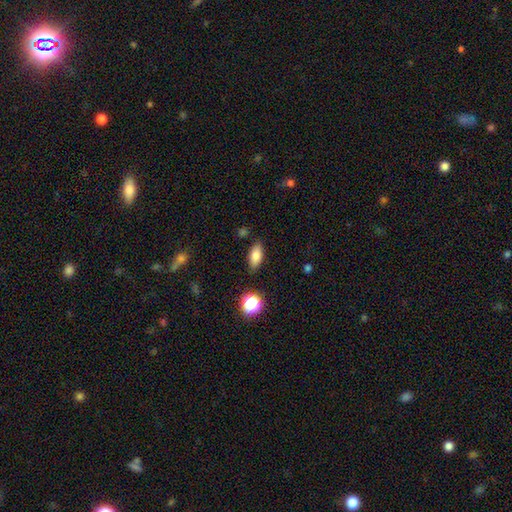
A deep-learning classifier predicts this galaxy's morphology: Q: Smooth or featured?
A: smooth (81%); runner-up: star or artifact (10%)
Q: How rounded?
A: in between (84%); runner-up: cigar-shaped (10%)
Q: Merging?
A: none (85%); runner-up: minor disturbance (11%)